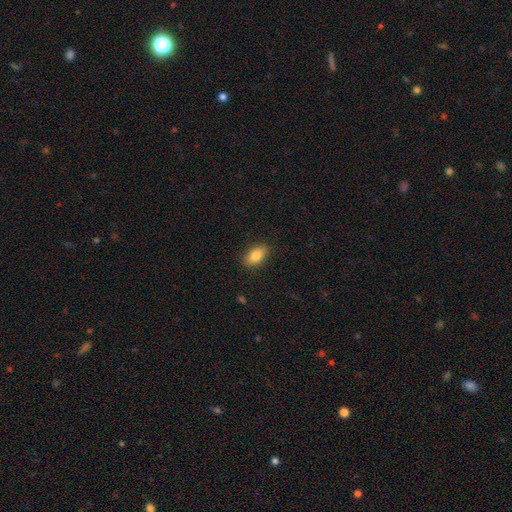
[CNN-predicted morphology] smooth 85%, featured or disk 8%, star or artifact 7%. Down the decision tree: how rounded — in between (90%); merging — none (87%).